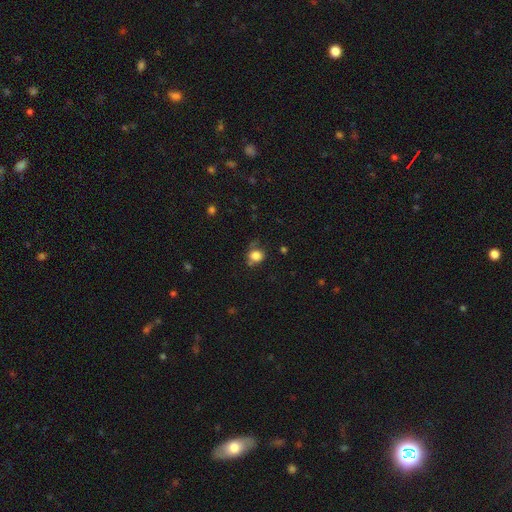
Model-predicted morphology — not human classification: The model was most divided on "merging": none: 62%, minor disturbance: 24%, major disturbance: 8%, merger: 6%. More confident: smooth or featured — smooth (82%); how rounded — round (76%).